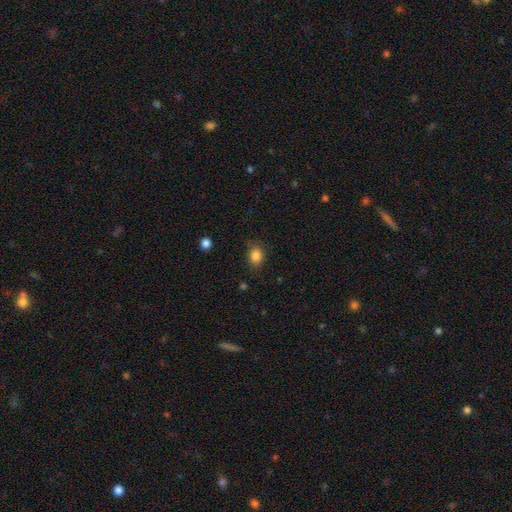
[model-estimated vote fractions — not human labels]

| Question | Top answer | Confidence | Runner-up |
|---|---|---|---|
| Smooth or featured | smooth | 85% | star or artifact (10%) |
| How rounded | round | 54% | in between (45%) |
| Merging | none | 79% | minor disturbance (15%) |